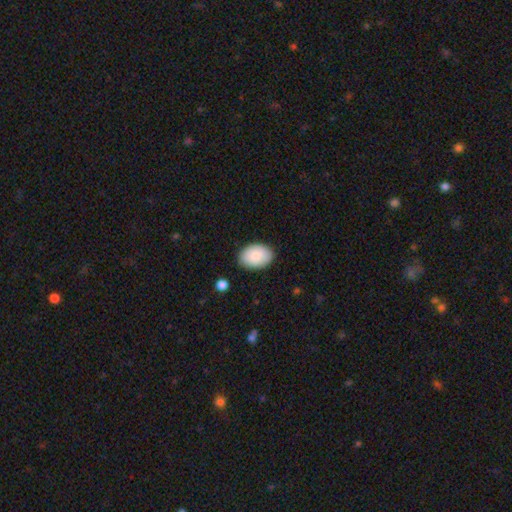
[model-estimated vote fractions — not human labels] smooth-or-featured: smooth: 89% | star or artifact: 6% | featured or disk: 5%
  how-rounded: in between: 88% | round: 11% | cigar-shaped: 1%
  merging: none: 85% | minor disturbance: 11% | major disturbance: 2% | merger: 1%